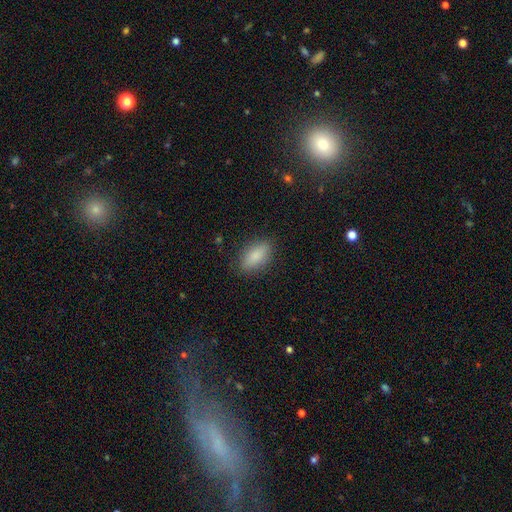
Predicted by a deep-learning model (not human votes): smooth 84%, featured or disk 9%, star or artifact 7%. Down the decision tree: how rounded — in between (87%); merging — none (84%).